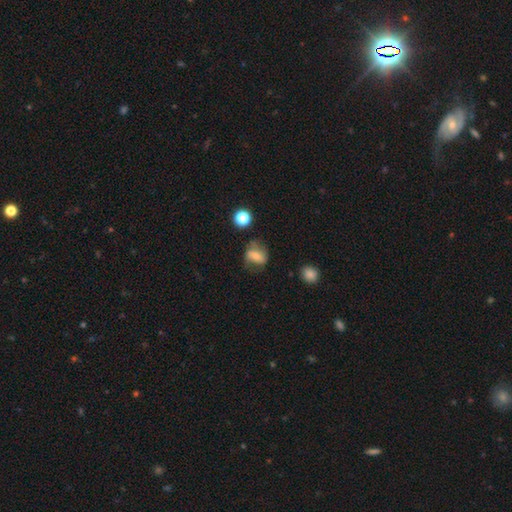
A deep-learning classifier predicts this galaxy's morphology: Smooth or featured: smooth — 50% (featured or disk — 40%)
Merging: none — 55% (minor disturbance — 26%)